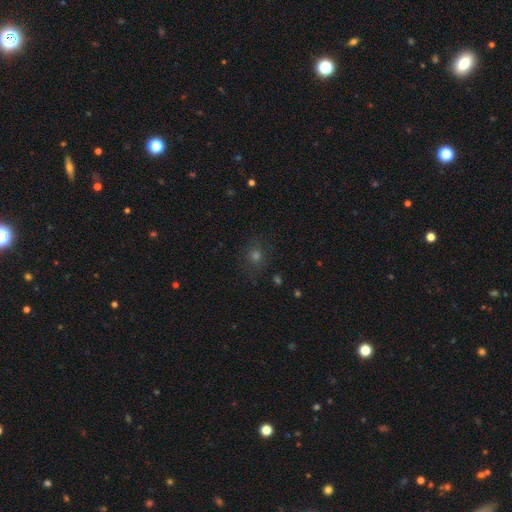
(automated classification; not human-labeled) Q: Smooth or featured?
A: smooth (50%); runner-up: star or artifact (37%)
Q: How rounded?
A: round (84%); runner-up: in between (14%)
Q: Merging?
A: none (82%); runner-up: minor disturbance (11%)